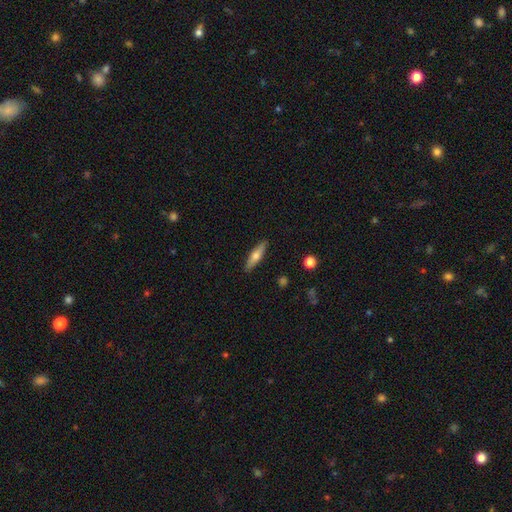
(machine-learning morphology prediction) The model was most divided on "smooth or featured": smooth: 58%, featured or disk: 36%, star or artifact: 6%. More confident: merging — none (89%); how rounded — cigar-shaped (71%).